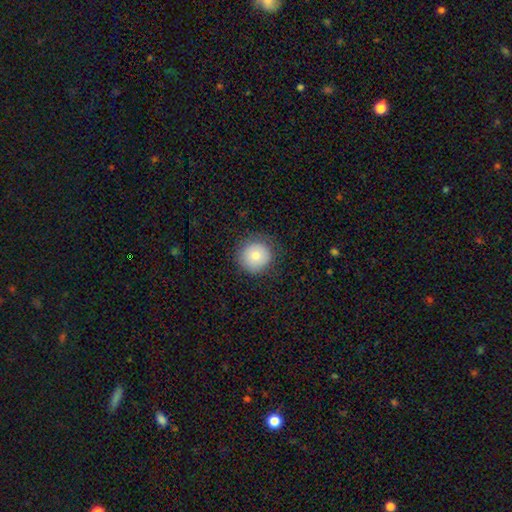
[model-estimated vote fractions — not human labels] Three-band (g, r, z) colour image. It shows a smooth galaxy with no disk features (79%) that is round (92%). Merging: none (82%).